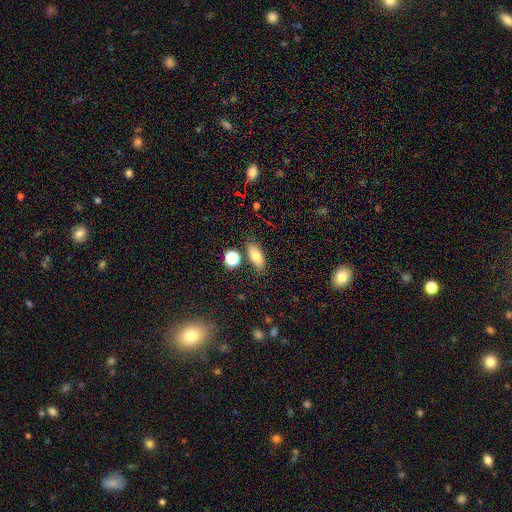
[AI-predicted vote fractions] Smooth or featured? Predicted: smooth (p=0.78). How rounded? Predicted: in between (p=0.80). Merging? Predicted: none (p=0.79).